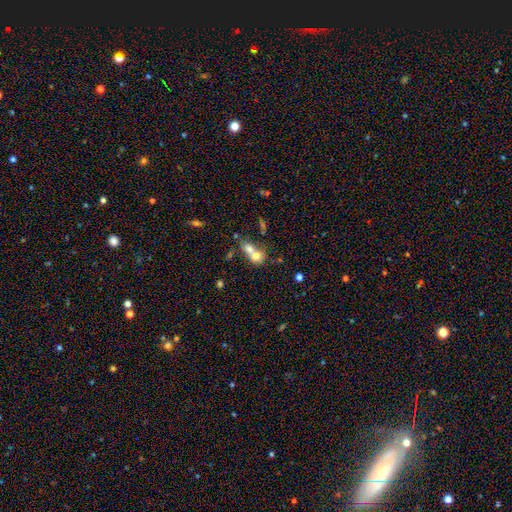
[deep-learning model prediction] The model was most divided on "how rounded": round: 54%, in between: 44%, cigar-shaped: 2%. More confident: merging — merger (71%); smooth or featured — smooth (69%).